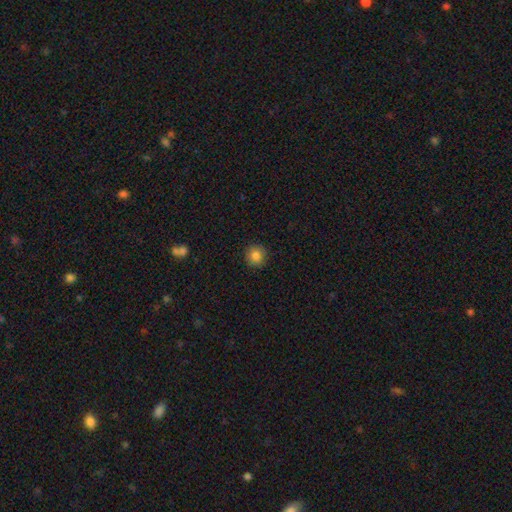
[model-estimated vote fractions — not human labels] The model was most divided on "smooth or featured": smooth: 84%, star or artifact: 10%, featured or disk: 6%. More confident: how rounded — round (91%); merging — none (89%).